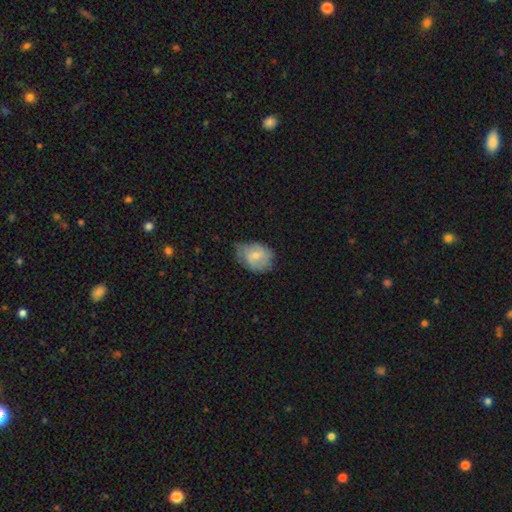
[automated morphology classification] smooth 58%, featured or disk 35%, star or artifact 7%. Down the decision tree: how rounded — in between (55%); merging — none (49%).